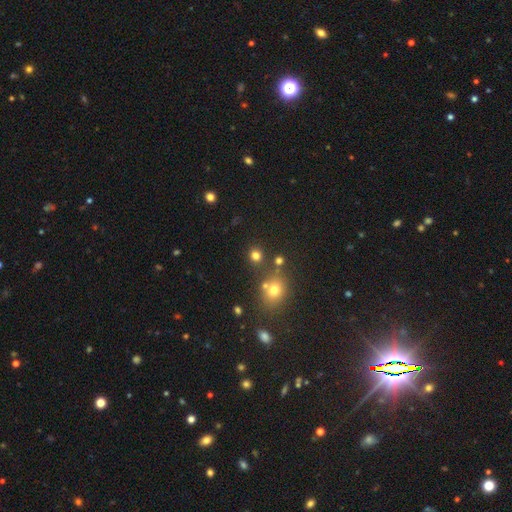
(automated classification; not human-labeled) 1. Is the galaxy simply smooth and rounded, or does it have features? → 74% smooth, 19% star or artifact, 7% featured or disk.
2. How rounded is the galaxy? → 87% round, 12% in between, 1% cigar-shaped.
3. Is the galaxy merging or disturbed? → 78% none, 11% merger, 8% minor disturbance, 3% major disturbance.